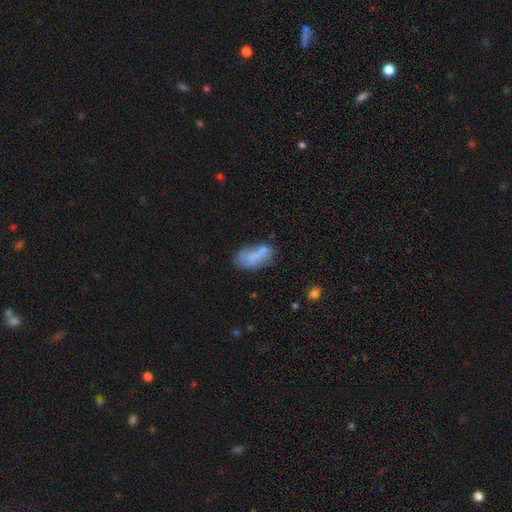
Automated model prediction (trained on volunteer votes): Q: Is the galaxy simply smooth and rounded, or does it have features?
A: smooth — 61%.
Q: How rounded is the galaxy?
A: in between — 89%.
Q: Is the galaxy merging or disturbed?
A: none — 38%.